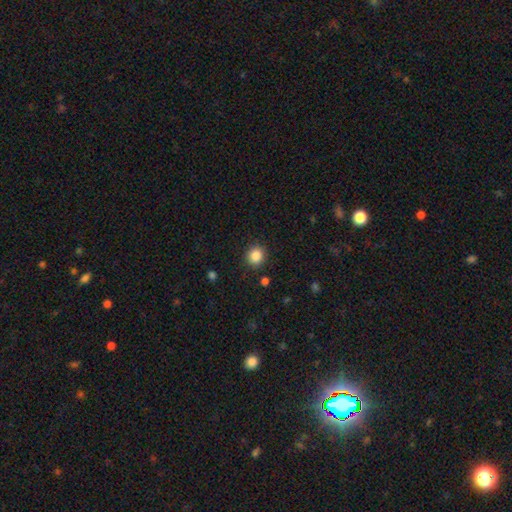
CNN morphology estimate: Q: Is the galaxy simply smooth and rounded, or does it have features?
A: smooth — 86%.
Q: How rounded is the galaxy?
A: round — 87%.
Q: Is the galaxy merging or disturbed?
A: none — 89%.